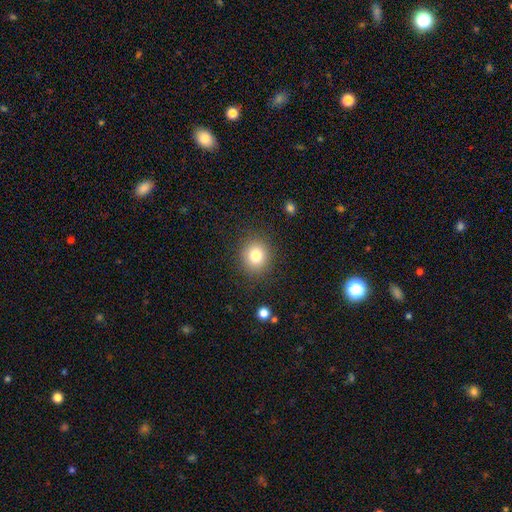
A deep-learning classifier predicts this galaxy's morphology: Smooth or featured: smooth — 80% (star or artifact — 12%)
How rounded: round — 85% (in between — 14%)
Merging: none — 87% (minor disturbance — 8%)